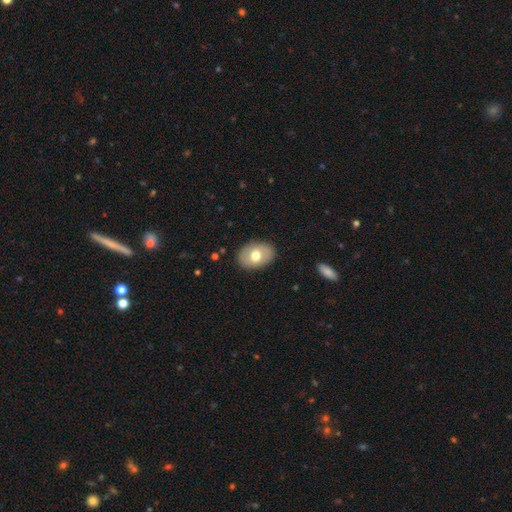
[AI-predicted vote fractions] smooth_or_featured: smooth (p=0.66) [alt: featured or disk p=0.28]
how_rounded: in between (p=0.79) [alt: round p=0.20]
merging: none (p=0.87) [alt: minor disturbance p=0.10]